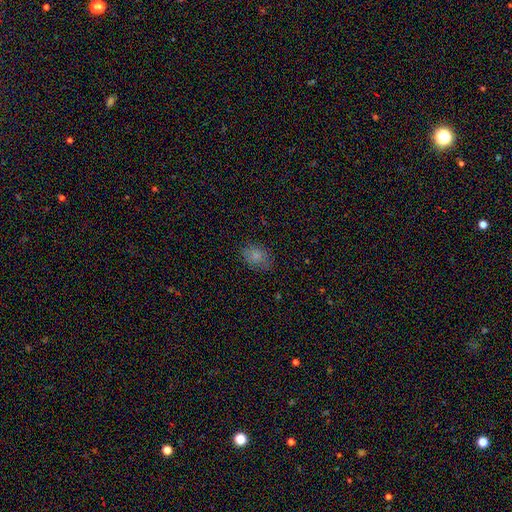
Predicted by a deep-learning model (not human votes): A smooth galaxy with no disk features (81%) that is in between round and cigar-shaped (76%). Merging: none (79%).